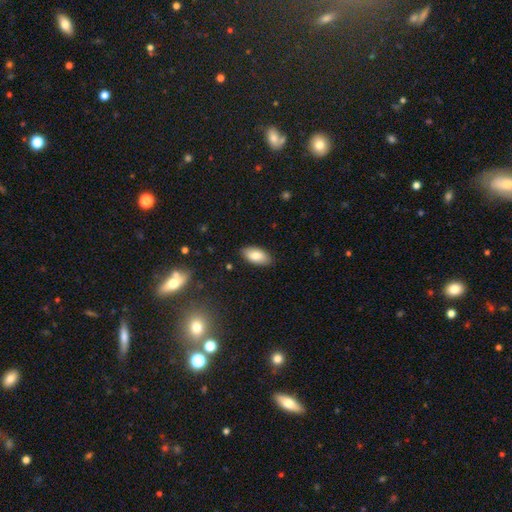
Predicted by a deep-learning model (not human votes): Q: Smooth or featured?
A: smooth (82%); runner-up: featured or disk (11%)
Q: How rounded?
A: in between (94%); runner-up: cigar-shaped (4%)
Q: Merging?
A: none (87%); runner-up: minor disturbance (10%)